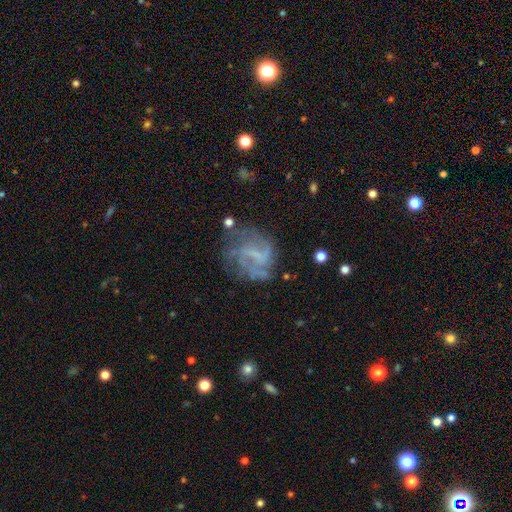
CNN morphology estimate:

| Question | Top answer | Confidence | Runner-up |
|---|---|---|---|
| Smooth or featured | featured or disk | 74% | smooth (16%) |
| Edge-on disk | no | 98% | yes (2%) |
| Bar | weak | 47% | no (31%) |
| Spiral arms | yes | 80% | no (20%) |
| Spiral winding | medium | 41% | loose (31%) |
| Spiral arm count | can't tell | 32% | 2 (31%) |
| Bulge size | none | 55% | small (30%) |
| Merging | none | 57% | major disturbance (20%) |